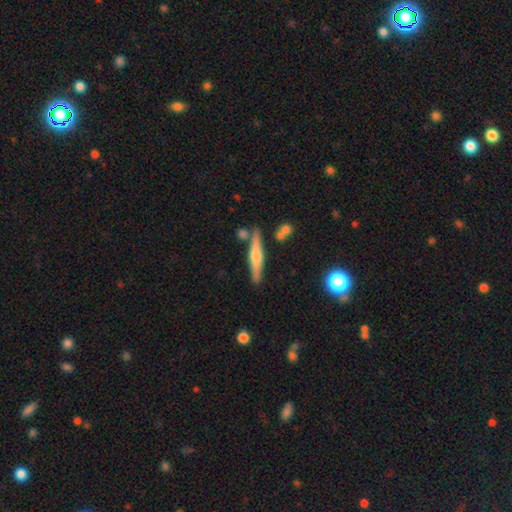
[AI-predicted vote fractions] featured or disk 60%, smooth 33%, star or artifact 6%. Down the decision tree: edge-on disk — yes (97%); edge-on bulge — rounded (79%); merging — none (82%).